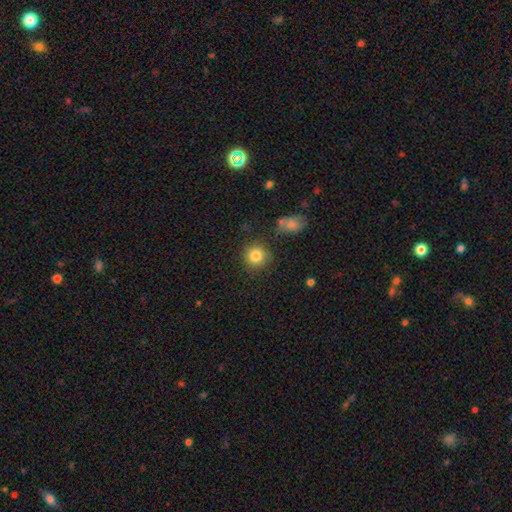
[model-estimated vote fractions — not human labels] A smooth galaxy with no disk features (84%) that is round (91%).

Vote fractions:
- Smooth or featured? smooth: 84% / star or artifact: 10% / featured or disk: 6%
- How rounded? round: 91% / in between: 8% / cigar-shaped: 1%
- Merging? none: 83% / minor disturbance: 10% / merger: 4% / major disturbance: 3%